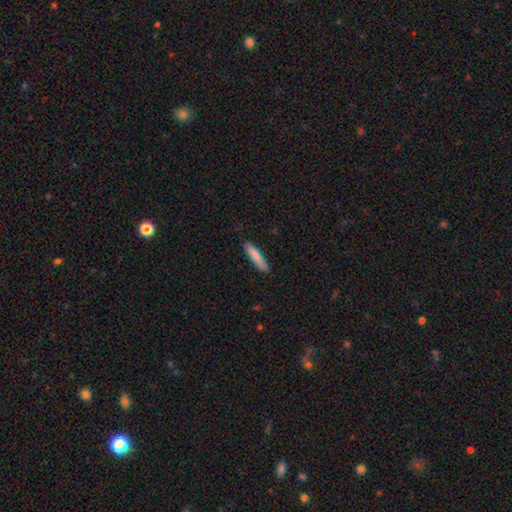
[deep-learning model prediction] Smooth or featured? smooth (84%)
How rounded? cigar-shaped (85%)
Merging? none (86%)